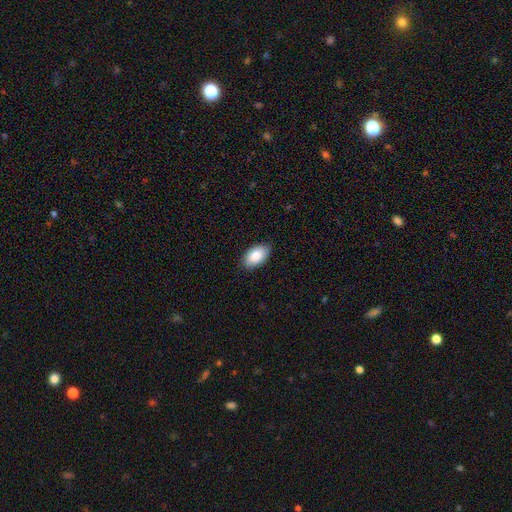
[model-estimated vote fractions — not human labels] A smooth galaxy with no disk features (86%) that is in between round and cigar-shaped (94%).

Vote fractions:
- Smooth or featured? smooth: 86% / featured or disk: 8% / star or artifact: 6%
- How rounded? in between: 94% / round: 4% / cigar-shaped: 1%
- Merging? none: 86% / minor disturbance: 12% / major disturbance: 2% / merger: 1%